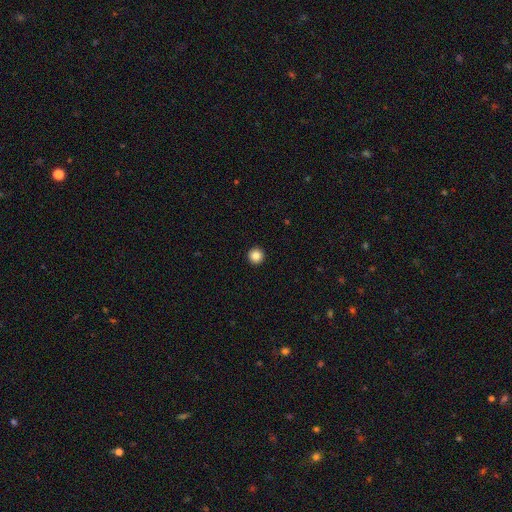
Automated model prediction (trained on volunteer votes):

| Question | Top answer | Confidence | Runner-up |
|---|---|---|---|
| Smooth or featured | smooth | 86% | star or artifact (10%) |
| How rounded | round | 97% | in between (3%) |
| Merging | none | 94% | minor disturbance (3%) |